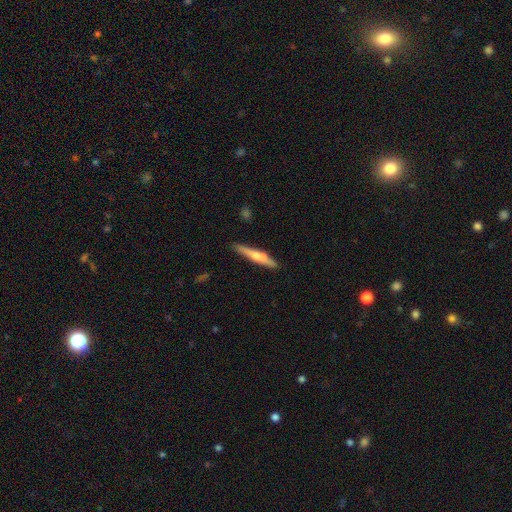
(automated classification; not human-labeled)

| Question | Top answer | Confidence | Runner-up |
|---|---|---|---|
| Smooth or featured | featured or disk | 55% | smooth (40%) |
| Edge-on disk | yes | 94% | no (6%) |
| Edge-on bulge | rounded | 83% | none (13%) |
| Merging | none | 81% | minor disturbance (11%) |